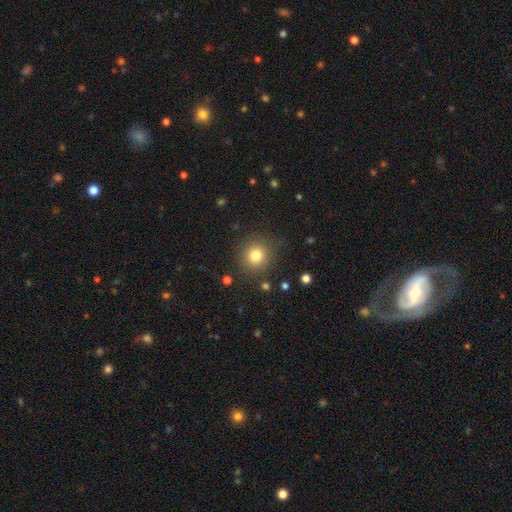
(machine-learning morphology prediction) Smooth or featured? smooth (79%)
How rounded? round (92%)
Merging? none (86%)